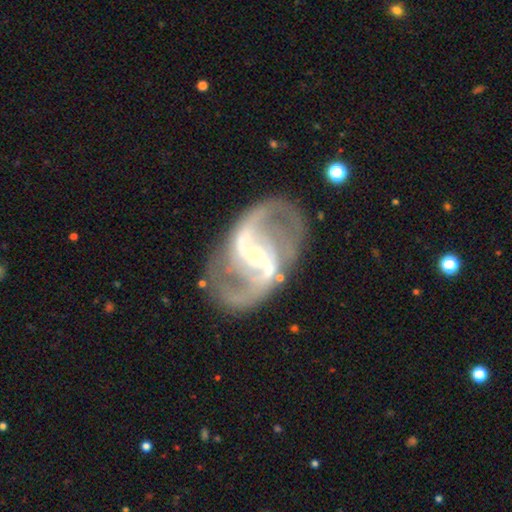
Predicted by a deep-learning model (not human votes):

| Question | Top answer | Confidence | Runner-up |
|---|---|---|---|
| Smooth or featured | featured or disk | 91% | star or artifact (5%) |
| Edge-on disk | no | 97% | yes (3%) |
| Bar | strong | 44% | weak (35%) |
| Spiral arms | yes | 97% | no (3%) |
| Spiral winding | medium | 54% | loose (32%) |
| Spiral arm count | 2 | 91% | can't tell (3%) |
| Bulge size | small | 76% | moderate (19%) |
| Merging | none | 76% | minor disturbance (13%) |